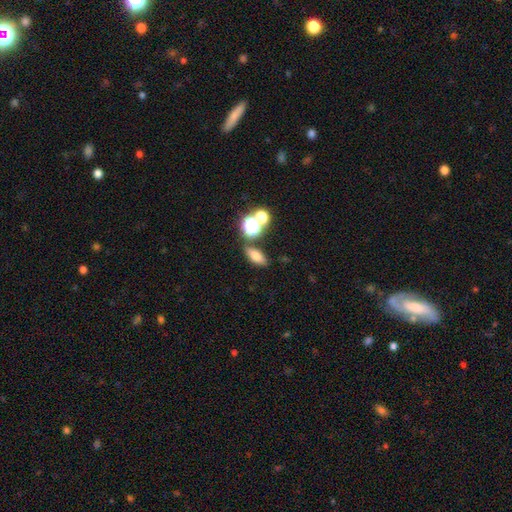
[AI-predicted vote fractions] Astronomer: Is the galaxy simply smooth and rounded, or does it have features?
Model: smooth — 71%.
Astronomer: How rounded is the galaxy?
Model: in between — 71%.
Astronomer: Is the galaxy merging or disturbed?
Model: none — 76%.